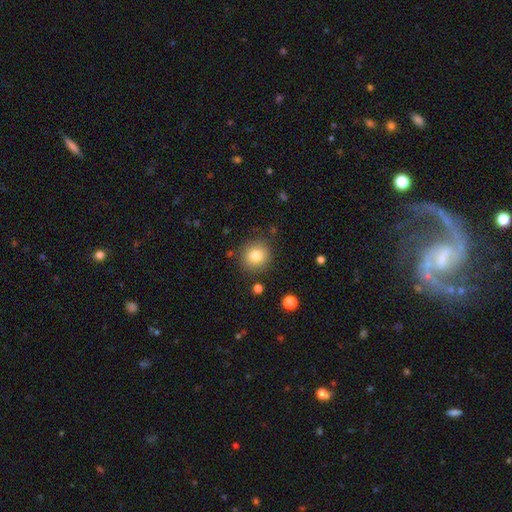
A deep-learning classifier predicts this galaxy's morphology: Smooth or featured: smooth — 80% (star or artifact — 10%)
How rounded: round — 89% (in between — 10%)
Merging: none — 85% (minor disturbance — 9%)